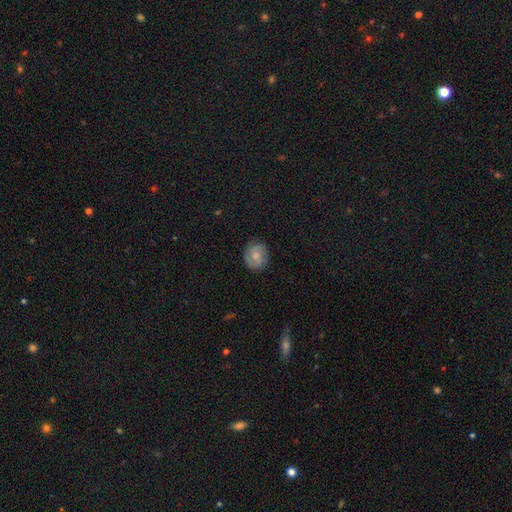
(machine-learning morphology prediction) Q: Smooth or featured?
A: smooth (51%); runner-up: featured or disk (41%)
Q: How rounded?
A: round (72%); runner-up: in between (27%)
Q: Merging?
A: none (80%); runner-up: minor disturbance (15%)